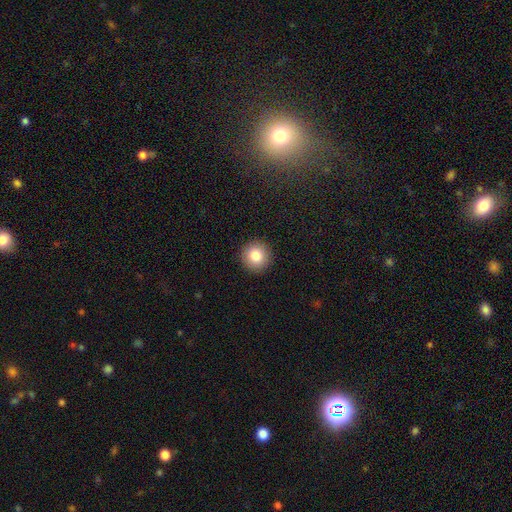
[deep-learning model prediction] Smooth or featured? smooth (82%)
How rounded? round (95%)
Merging? none (93%)